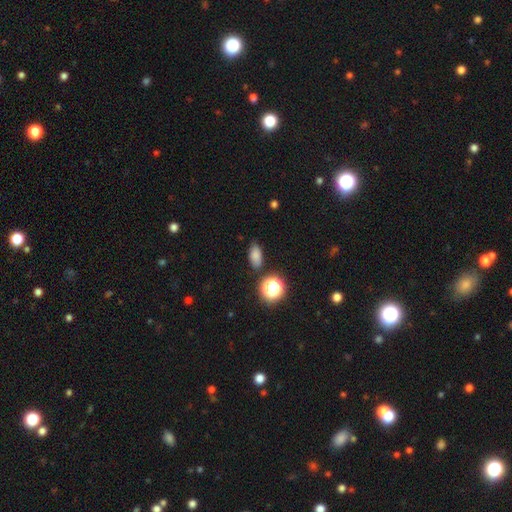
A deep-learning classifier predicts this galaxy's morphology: smooth 77%, star or artifact 16%, featured or disk 7%. Down the decision tree: how rounded — in between (84%); merging — none (80%).